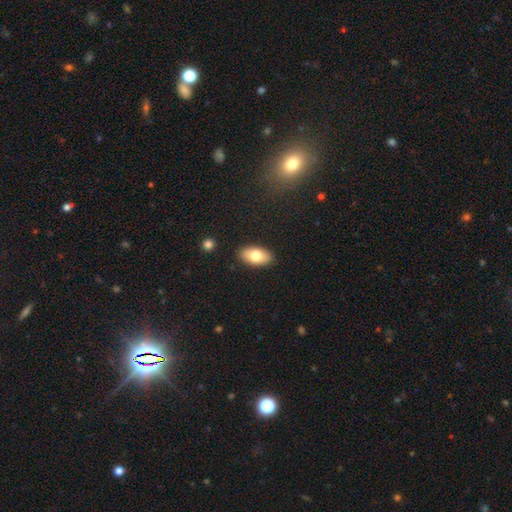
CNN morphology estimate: Q: Smooth or featured?
A: smooth (75%); runner-up: featured or disk (18%)
Q: How rounded?
A: in between (94%); runner-up: round (4%)
Q: Merging?
A: none (88%); runner-up: minor disturbance (8%)